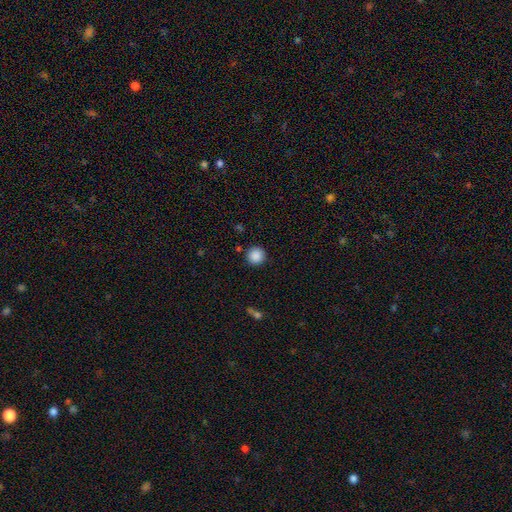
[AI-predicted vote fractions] Smooth or featured? smooth (88%)
How rounded? round (94%)
Merging? none (90%)